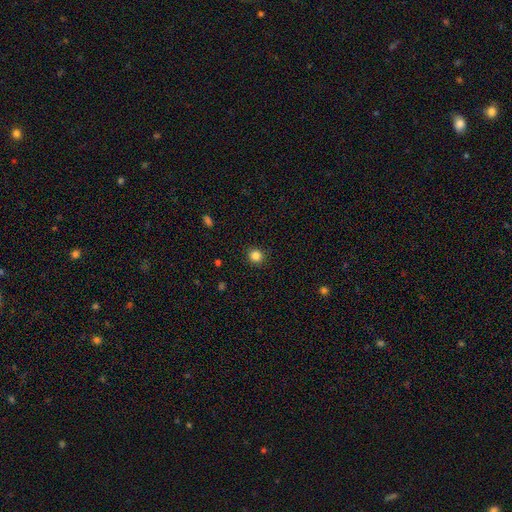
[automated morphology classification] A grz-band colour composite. It shows a smooth galaxy with no disk features (84%) that is round (91%). Merging: none (91%).